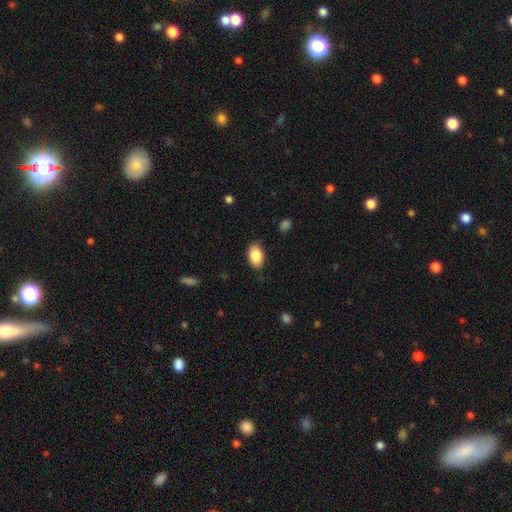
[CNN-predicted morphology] This appears to be a smooth galaxy with no disk features (86%) that is in between round and cigar-shaped (90%). Merging: none (83%).